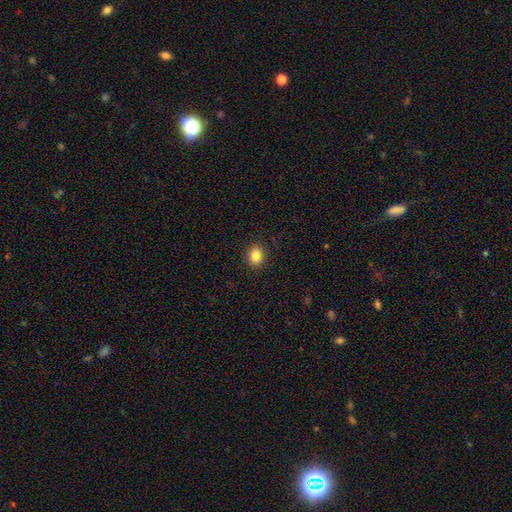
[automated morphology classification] Smooth or featured? smooth (84%)
How rounded? round (72%)
Merging? none (91%)